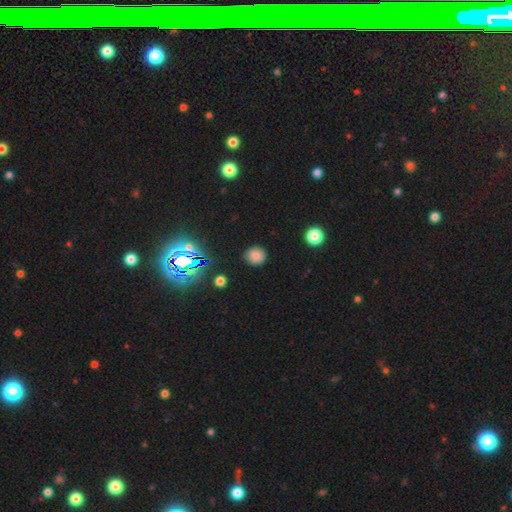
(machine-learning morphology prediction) A smooth galaxy with no disk features (78%) that is round (88%).

Vote fractions:
- Smooth or featured? smooth: 78% / star or artifact: 16% / featured or disk: 6%
- How rounded? round: 88% / in between: 11% / cigar-shaped: 1%
- Merging? none: 87% / minor disturbance: 9% / major disturbance: 3% / merger: 1%